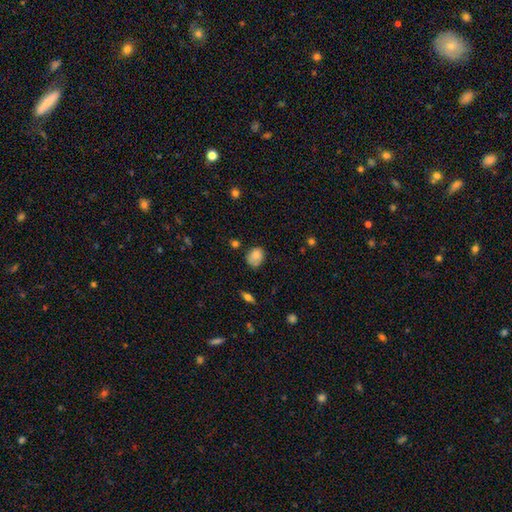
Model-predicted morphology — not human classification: Smooth or featured?
  - smooth: 79% *
  - featured or disk: 12%
  - star or artifact: 10%
How rounded?
  - round: 52% *
  - in between: 47%
  - cigar-shaped: 1%
Merging?
  - none: 58% *
  - minor disturbance: 30%
  - major disturbance: 7%
  - merger: 4%